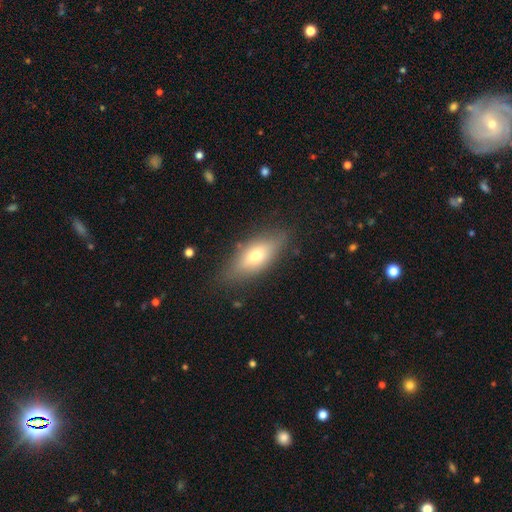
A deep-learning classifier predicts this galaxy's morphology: smooth 61%, featured or disk 32%, star or artifact 7%. Down the decision tree: how rounded — in between (72%); merging — none (80%).